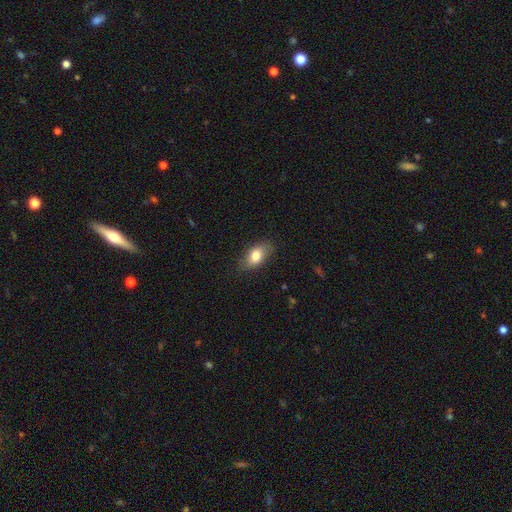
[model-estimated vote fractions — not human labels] smooth 80%, featured or disk 13%, star or artifact 7%. Down the decision tree: how rounded — in between (87%); merging — none (82%).